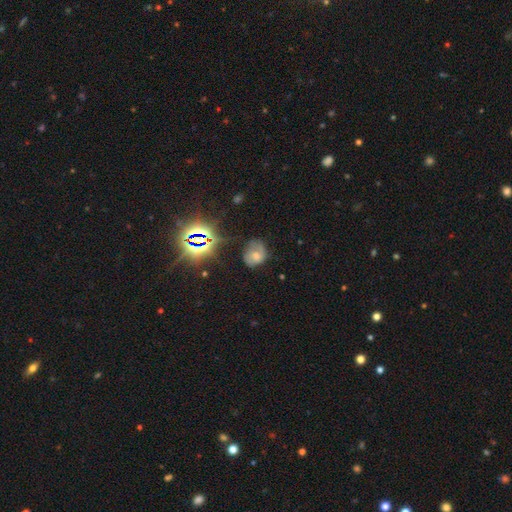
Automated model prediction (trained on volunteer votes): Smooth or featured: smooth — 54% (featured or disk — 25%)
How rounded: in between — 52% (round — 47%)
Merging: none — 45% (minor disturbance — 33%)